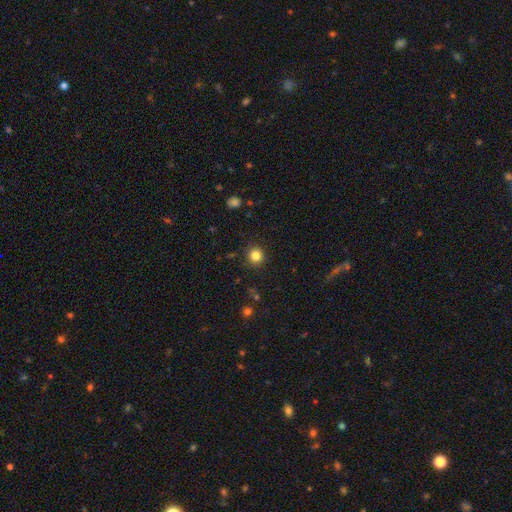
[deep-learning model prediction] This is clearly a smooth galaxy (83%). How rounded: clearly round (94%). Merging: clearly none (91%).